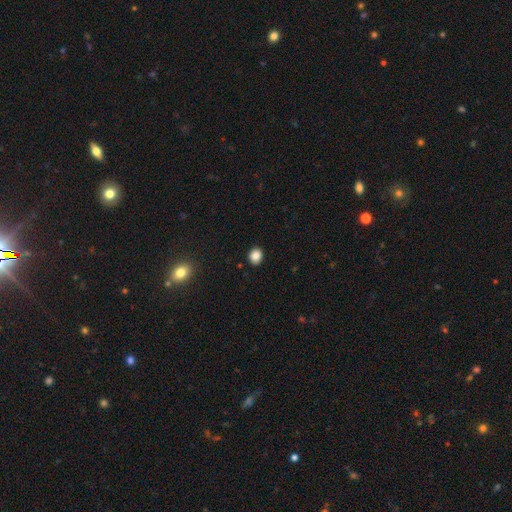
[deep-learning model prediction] Smooth or featured?
  - smooth: 86% *
  - star or artifact: 10%
  - featured or disk: 4%
How rounded?
  - round: 66% *
  - in between: 34%
  - cigar-shaped: 1%
Merging?
  - none: 91% *
  - minor disturbance: 6%
  - major disturbance: 2%
  - merger: 1%